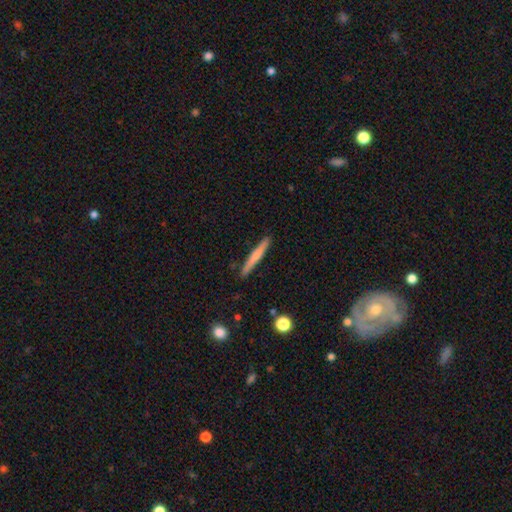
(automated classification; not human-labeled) Smooth or featured?
  - smooth: 59% *
  - featured or disk: 35%
  - star or artifact: 6%
How rounded?
  - cigar-shaped: 96% *
  - in between: 3%
  - round: 1%
Merging?
  - none: 89% *
  - minor disturbance: 8%
  - major disturbance: 1%
  - merger: 1%